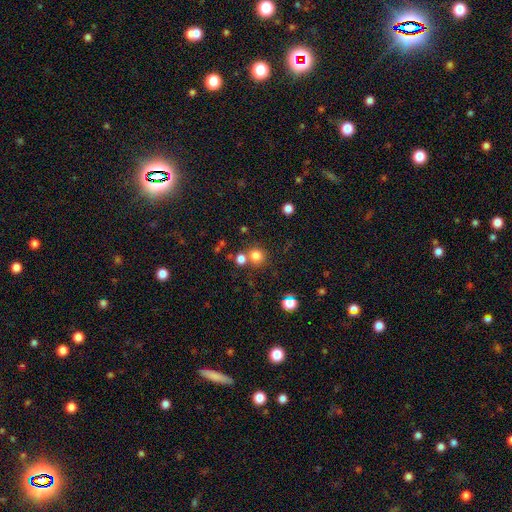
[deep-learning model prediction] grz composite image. It shows a smooth galaxy with no disk features (79%) that is round (90%). Merging: none (68%).